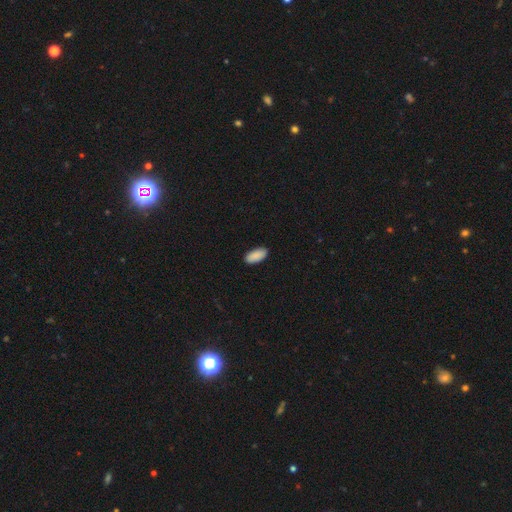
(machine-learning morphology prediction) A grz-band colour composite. It shows a smooth galaxy with no disk features (91%) that is in between round and cigar-shaped (92%). Merging: none (90%).